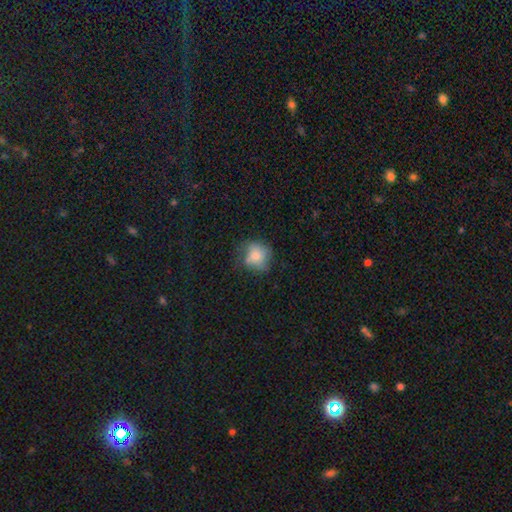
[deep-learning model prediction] smooth_or_featured: smooth (p=0.72) [alt: featured or disk p=0.18]
how_rounded: round (p=0.76) [alt: in between p=0.23]
merging: none (p=0.56) [alt: minor disturbance p=0.28]